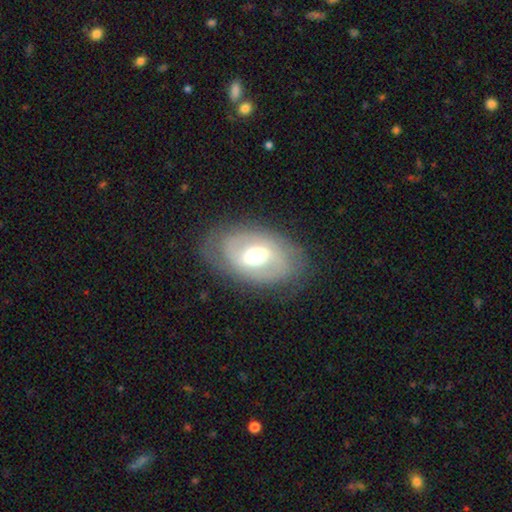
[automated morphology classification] Overall: featured or disk (64%; smooth 29%). Edge-on disk: no (91%). Bar: weak (45%; strong 36%). Spiral arms: yes (59%; no 41%). Bulge size: moderate (64%). Merging: none (75%).